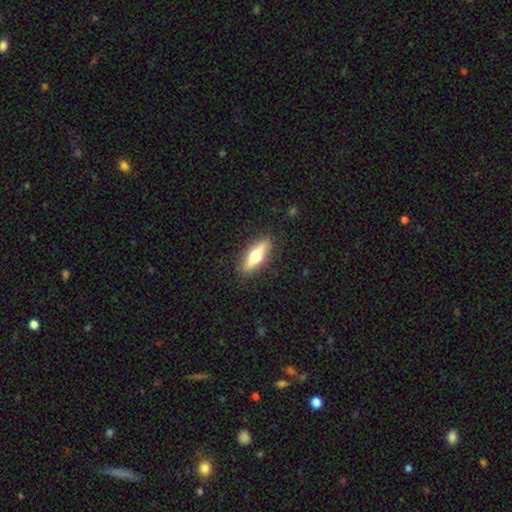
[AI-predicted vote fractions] smooth_or_featured: featured or disk (p=0.54) [alt: smooth p=0.40]
disk_edge_on: yes (p=0.90) [alt: no p=0.10]
merging: none (p=0.89) [alt: minor disturbance p=0.08]